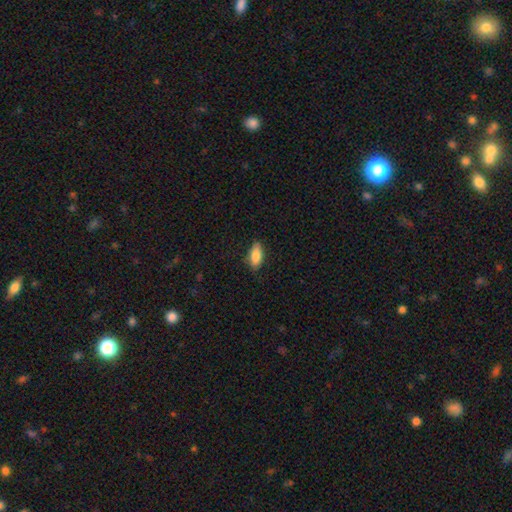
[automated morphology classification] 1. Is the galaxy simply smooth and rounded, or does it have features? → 84% smooth, 9% featured or disk, 7% star or artifact.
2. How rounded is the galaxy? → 85% in between, 13% cigar-shaped, 3% round.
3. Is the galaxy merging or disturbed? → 83% none, 14% minor disturbance, 3% major disturbance, 1% merger.